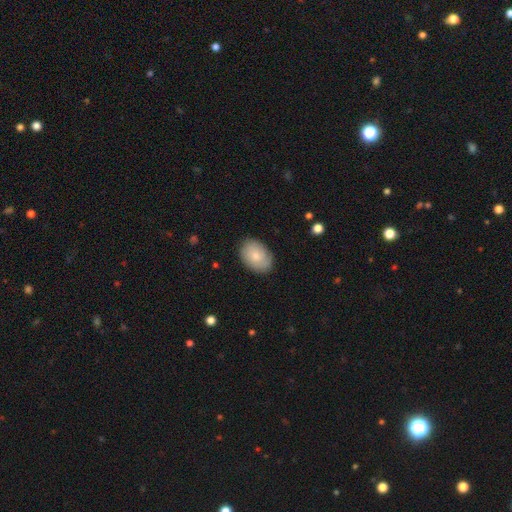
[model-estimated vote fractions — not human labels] A smooth galaxy with no disk features (72%) that is in between round and cigar-shaped (80%). Merging: none (82%).